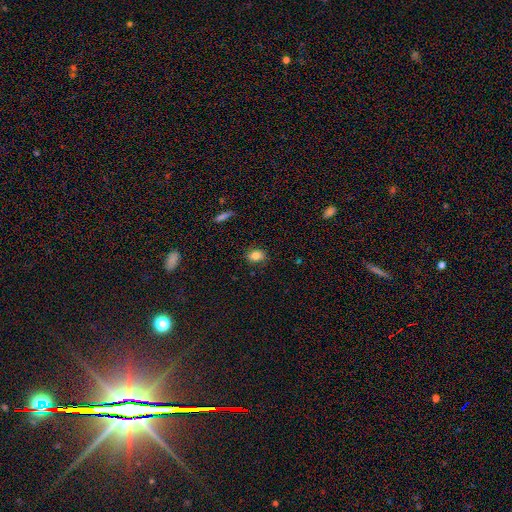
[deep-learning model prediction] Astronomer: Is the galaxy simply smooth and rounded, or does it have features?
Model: smooth — 83%.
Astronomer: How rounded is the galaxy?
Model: in between — 65%.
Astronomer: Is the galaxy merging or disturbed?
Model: none — 82%.